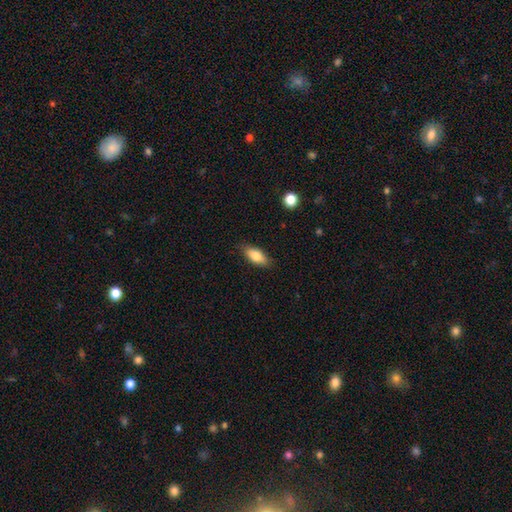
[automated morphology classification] Smooth or featured? Predicted: smooth (p=0.80). How rounded? Predicted: in between (p=0.81). Merging? Predicted: none (p=0.83).